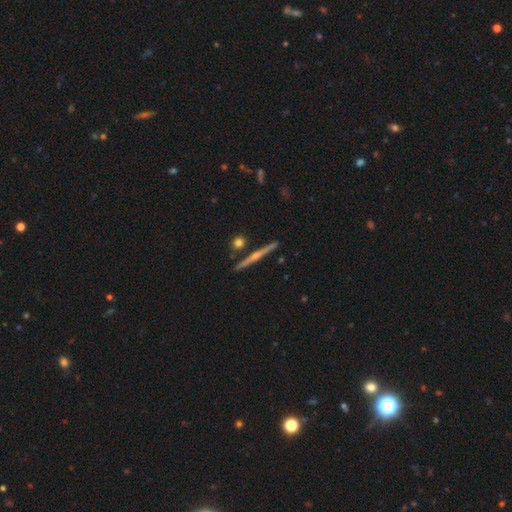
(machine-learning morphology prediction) This is likely a featured or disk galaxy (76%). It is clearly viewed edge-on (98%). Edge-on bulge: likely rounded (77%). Merging: clearly none (89%).